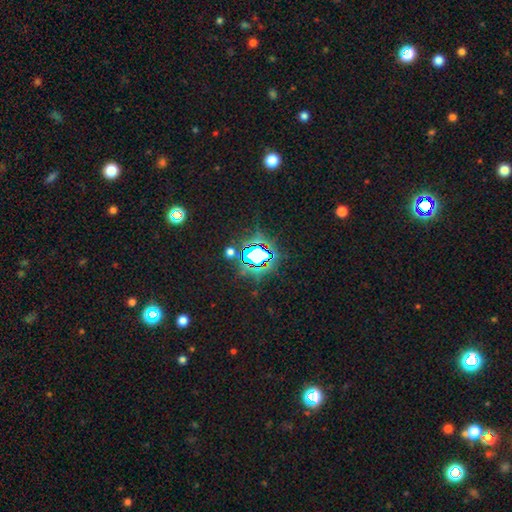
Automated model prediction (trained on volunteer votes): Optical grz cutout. It shows a star or artifact, not a galaxy (73%).